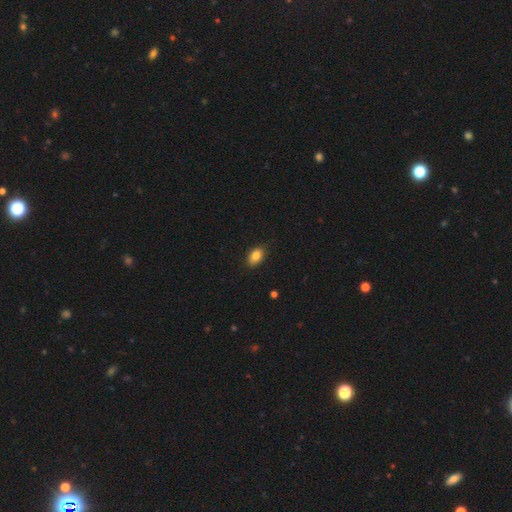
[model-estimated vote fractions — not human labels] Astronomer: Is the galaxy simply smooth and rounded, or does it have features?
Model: smooth — 84%.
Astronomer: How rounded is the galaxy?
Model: in between — 86%.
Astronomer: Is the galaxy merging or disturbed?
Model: none — 84%.